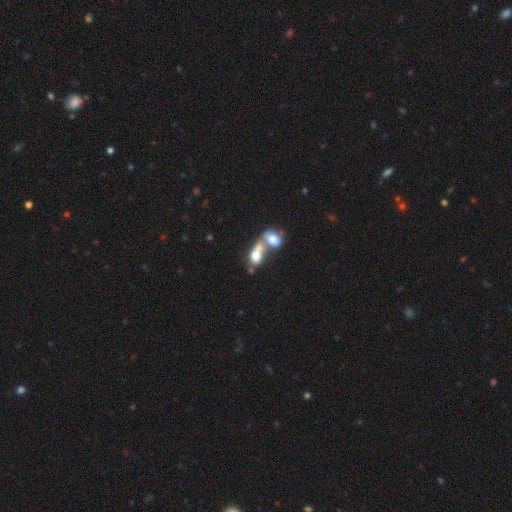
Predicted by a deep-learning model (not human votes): Morphology: type=smooth (69%); roundness=in between (71%); merging=merger (74%).